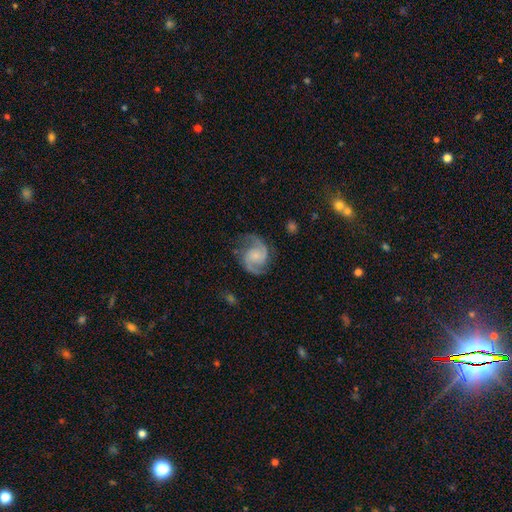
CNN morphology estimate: Q: Smooth or featured?
A: featured or disk (90%); runner-up: smooth (6%)
Q: Edge-on disk?
A: no (98%); runner-up: yes (2%)
Q: Bar?
A: no (64%); runner-up: weak (30%)
Q: Spiral arms?
A: yes (98%); runner-up: no (2%)
Q: Spiral winding?
A: medium (59%); runner-up: tight (25%)
Q: Spiral arm count?
A: 2 (93%); runner-up: 3 (2%)
Q: Bulge size?
A: small (50%); runner-up: moderate (24%)
Q: Merging?
A: none (78%); runner-up: minor disturbance (15%)